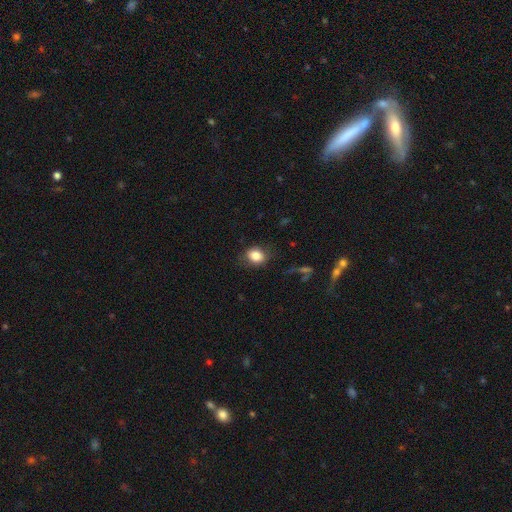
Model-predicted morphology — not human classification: Q: Smooth or featured?
A: smooth (82%); runner-up: star or artifact (9%)
Q: How rounded?
A: in between (50%); runner-up: round (49%)
Q: Merging?
A: none (75%); runner-up: minor disturbance (17%)